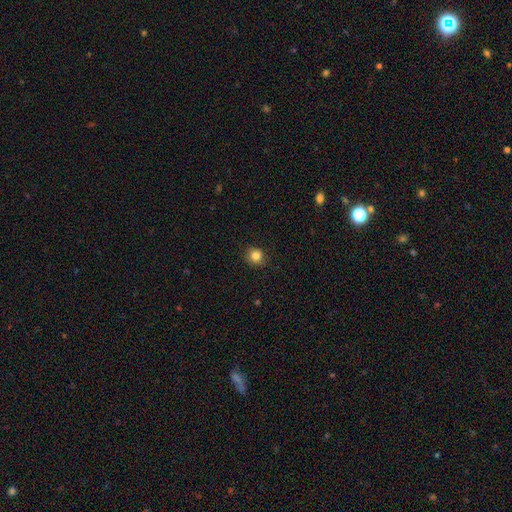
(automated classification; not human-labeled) Smooth or featured? Predicted: smooth (p=0.84). How rounded? Predicted: round (p=0.87). Merging? Predicted: none (p=0.87).